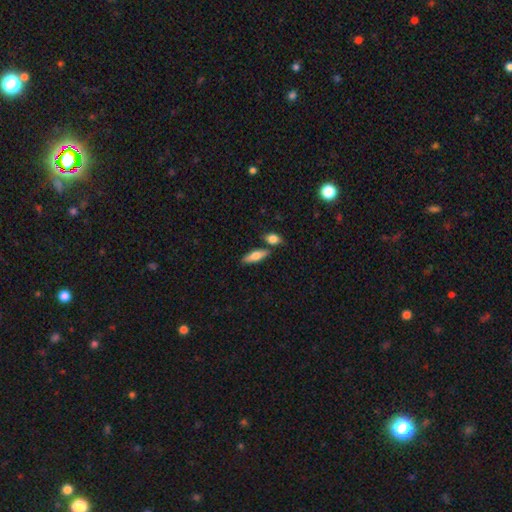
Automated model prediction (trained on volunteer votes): A smooth galaxy with no disk features (70%) that is in between round and cigar-shaped (56%).

Vote fractions:
- Smooth or featured? smooth: 70% / featured or disk: 24% / star or artifact: 6%
- How rounded? in between: 56% / cigar-shaped: 41% / round: 3%
- Merging? none: 72% / merger: 15% / minor disturbance: 11% / major disturbance: 3%